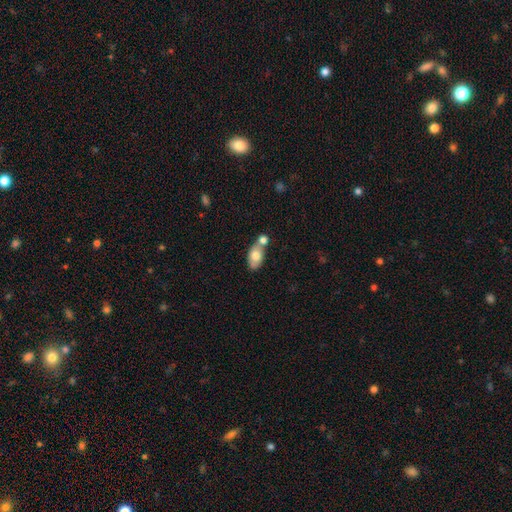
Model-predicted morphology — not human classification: Overall: smooth (70%). How rounded: in between (87%). Merging: merger (42%; none 40%).